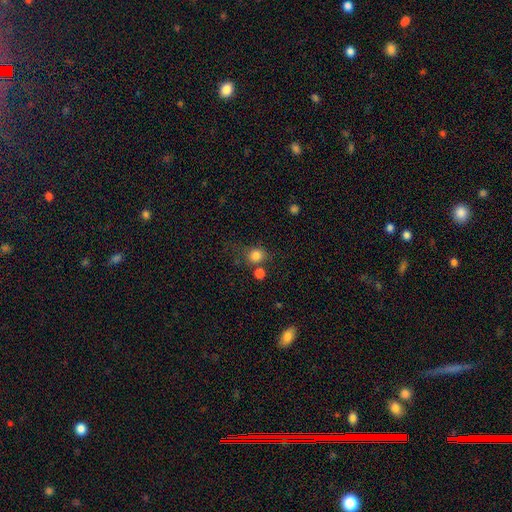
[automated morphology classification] This is clearly a smooth galaxy (81%). How rounded: clearly round (81%). Merging: likely none (62%).